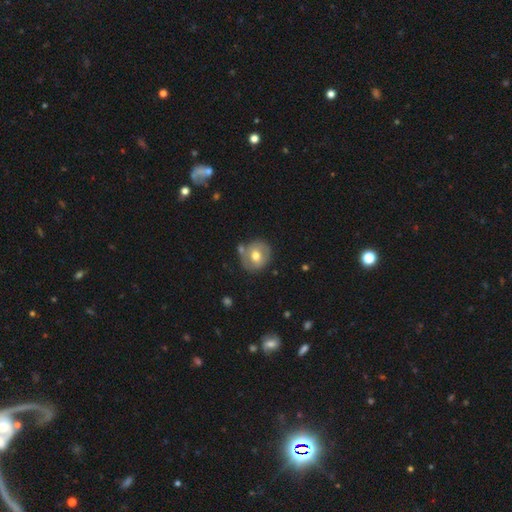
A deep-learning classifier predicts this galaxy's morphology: type=smooth (56%); roundness=round (86%); merging=none (71%).